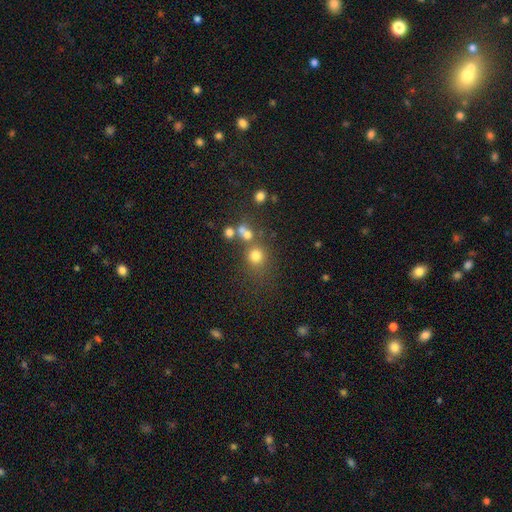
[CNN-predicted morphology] type=smooth (71%); roundness=round (83%); merging=none (59%).